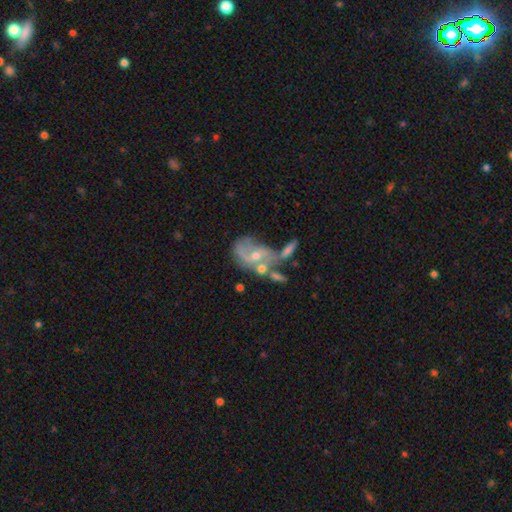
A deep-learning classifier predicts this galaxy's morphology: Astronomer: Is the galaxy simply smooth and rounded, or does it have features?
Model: featured or disk — 65%.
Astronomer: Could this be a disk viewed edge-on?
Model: no — 95%.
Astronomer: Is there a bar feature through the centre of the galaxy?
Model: no — 64%.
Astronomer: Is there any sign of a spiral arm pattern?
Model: yes — 58% (runner-up: no, 42%).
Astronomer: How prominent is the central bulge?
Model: small — 50% (runner-up: moderate, 41%).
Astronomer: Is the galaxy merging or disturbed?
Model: merger — 42% (runner-up: none, 22%).